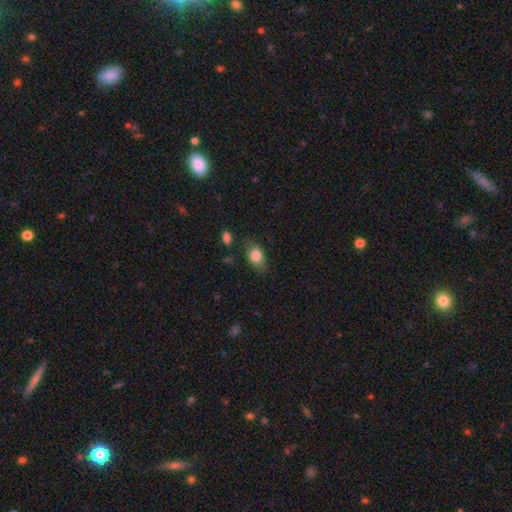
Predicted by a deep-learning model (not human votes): Morphology: type=smooth (80%); roundness=in between (83%); merging=none (69%).